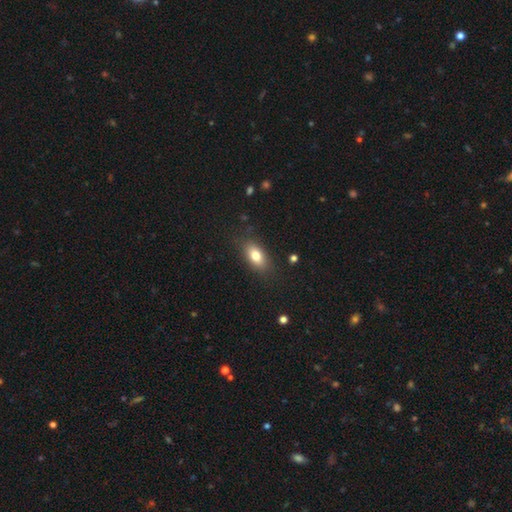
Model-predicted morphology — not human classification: smooth-or-featured: smooth: 79% | featured or disk: 13% | star or artifact: 8%
  how-rounded: in between: 85% | cigar-shaped: 8% | round: 7%
  merging: none: 84% | minor disturbance: 12% | major disturbance: 3% | merger: 1%